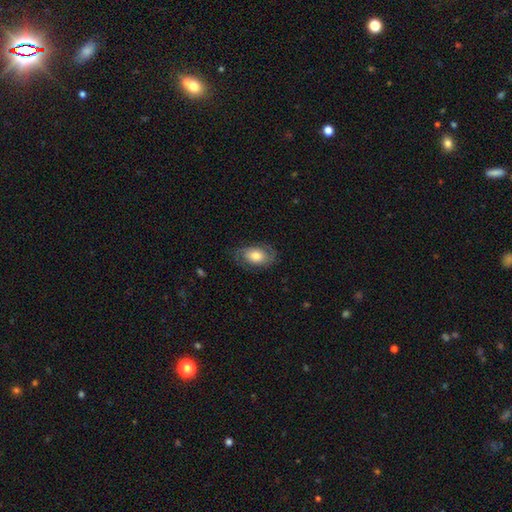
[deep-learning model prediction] A smooth galaxy with no disk features (49%). Merging: none (71%).